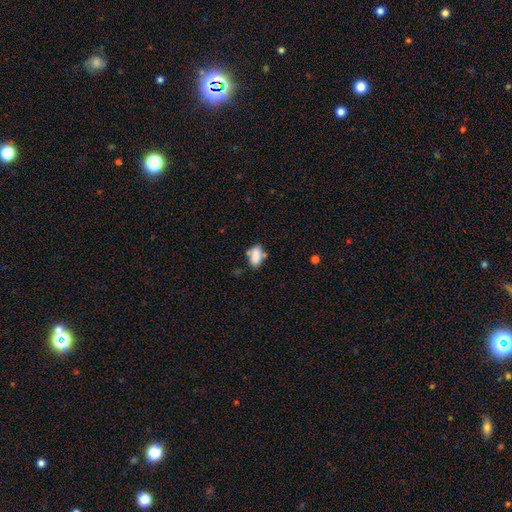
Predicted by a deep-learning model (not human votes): Smooth or featured? Predicted: smooth (p=0.79). How rounded? Predicted: in between (p=0.87). Merging? Predicted: none (p=0.52).